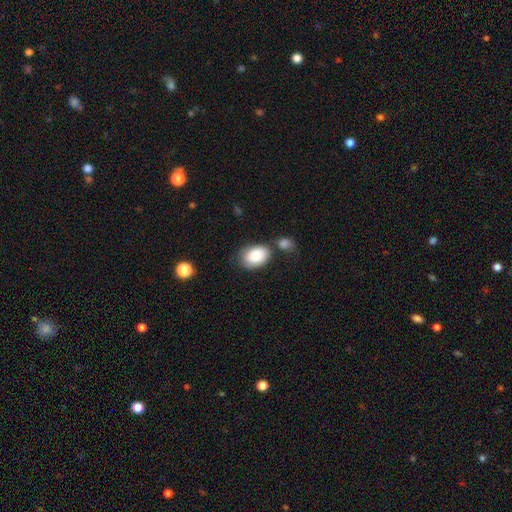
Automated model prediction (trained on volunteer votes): smooth_or_featured: smooth (p=0.82) [alt: featured or disk p=0.11]
how_rounded: in between (p=0.82) [alt: round p=0.17]
merging: none (p=0.64) [alt: minor disturbance p=0.17]